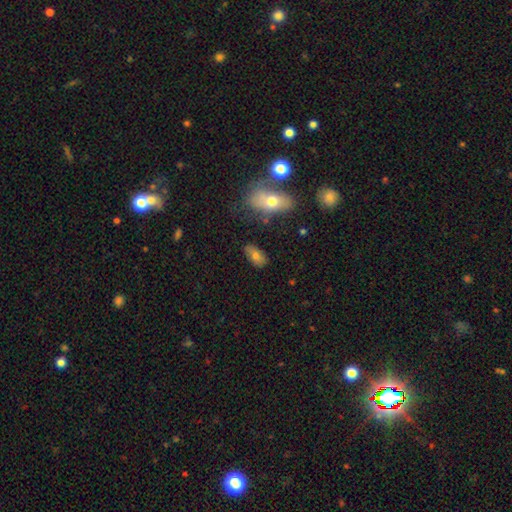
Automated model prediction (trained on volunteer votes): Smooth or featured: smooth — 75% (featured or disk — 16%)
How rounded: in between — 91% (round — 5%)
Merging: none — 76% (minor disturbance — 15%)